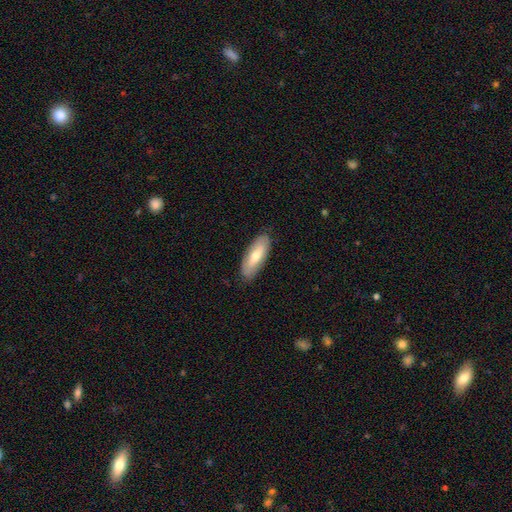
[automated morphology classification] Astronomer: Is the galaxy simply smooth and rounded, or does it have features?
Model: smooth — 68%.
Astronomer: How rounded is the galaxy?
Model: in between — 69%.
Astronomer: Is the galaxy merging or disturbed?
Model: none — 85%.